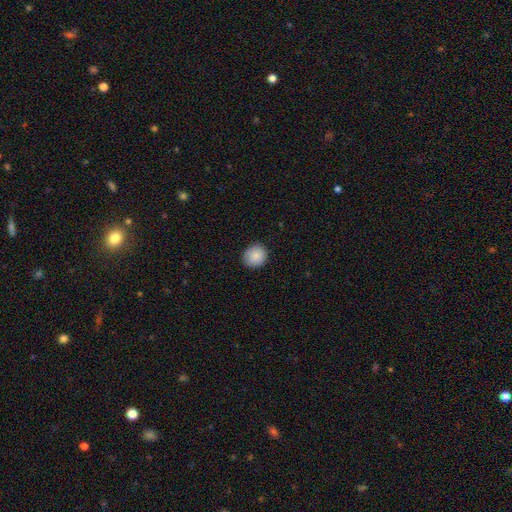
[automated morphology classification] A smooth galaxy with no disk features (86%) that is round (85%). Merging: none (87%).